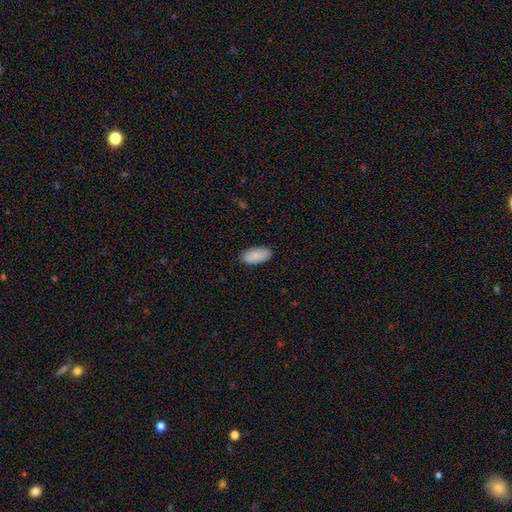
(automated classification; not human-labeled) Morphology: type=smooth (90%); roundness=in between (94%); merging=none (89%).